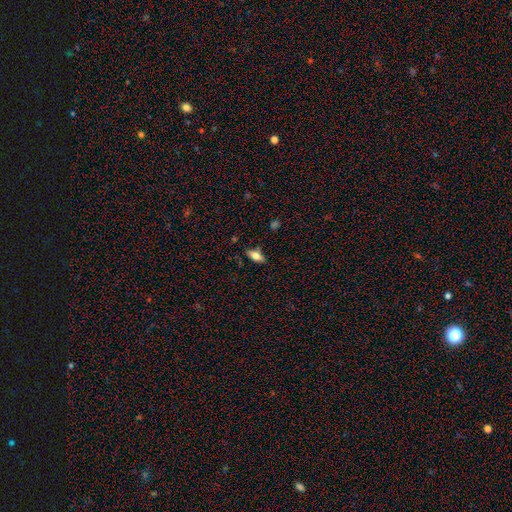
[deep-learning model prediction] Overall: smooth (65%; featured or disk 26%). How rounded: in between (80%). Merging: none (81%).